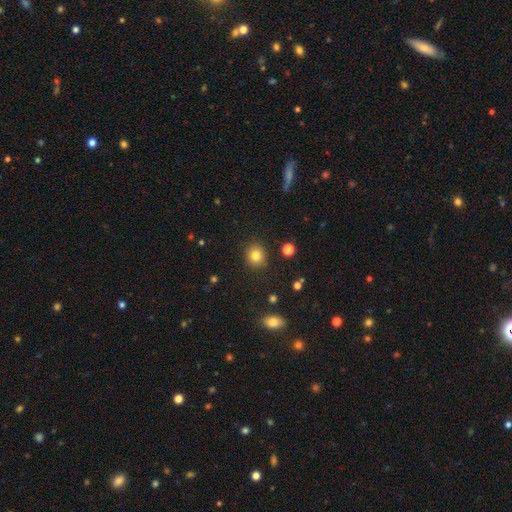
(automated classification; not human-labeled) A smooth galaxy with no disk features (81%) that is round (82%). Merging: none (89%).